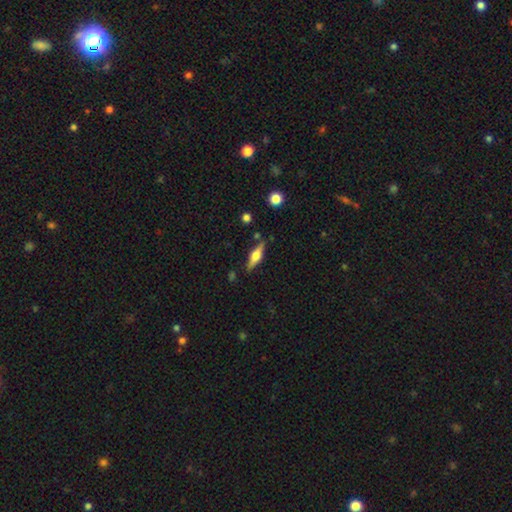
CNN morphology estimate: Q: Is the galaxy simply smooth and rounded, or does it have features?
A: featured or disk — 65%.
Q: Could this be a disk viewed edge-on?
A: yes — 96%.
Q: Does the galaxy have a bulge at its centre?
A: rounded — 91%.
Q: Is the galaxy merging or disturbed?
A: none — 83%.